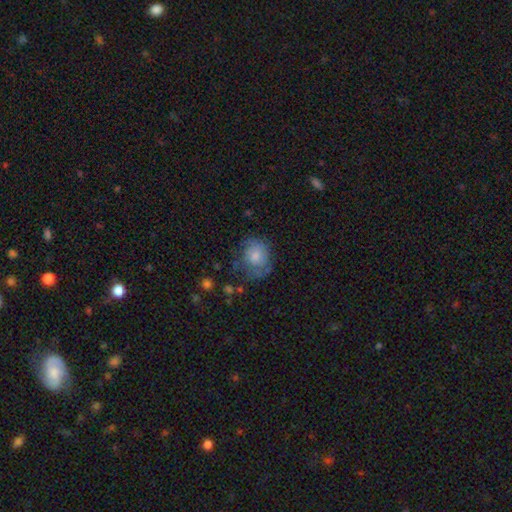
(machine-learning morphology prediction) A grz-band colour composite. It shows a smooth galaxy with no disk features (69%) that is round (68%). Merging: none (50%).